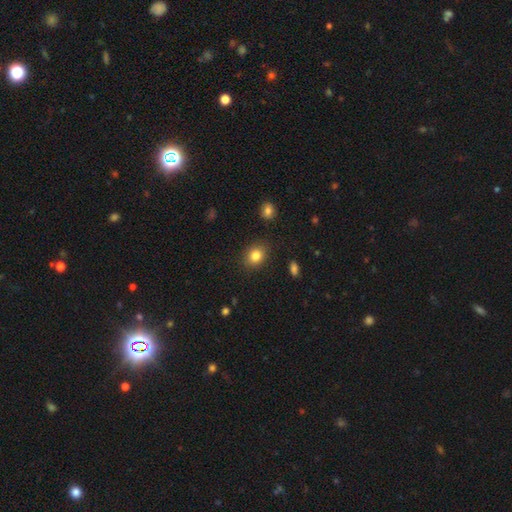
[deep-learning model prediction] This is clearly a smooth galaxy (82%). How rounded: possibly round (57%). Merging: clearly none (87%).